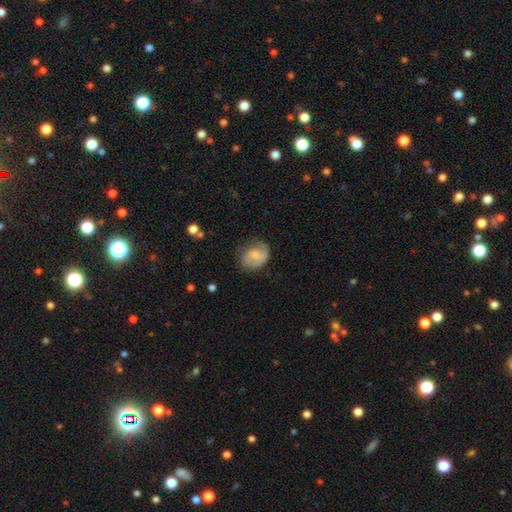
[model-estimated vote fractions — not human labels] Smooth or featured?
  - smooth: 61% *
  - featured or disk: 31%
  - star or artifact: 8%
How rounded?
  - round: 53% *
  - in between: 46%
  - cigar-shaped: 1%
Merging?
  - none: 54% *
  - minor disturbance: 30%
  - major disturbance: 14%
  - merger: 2%